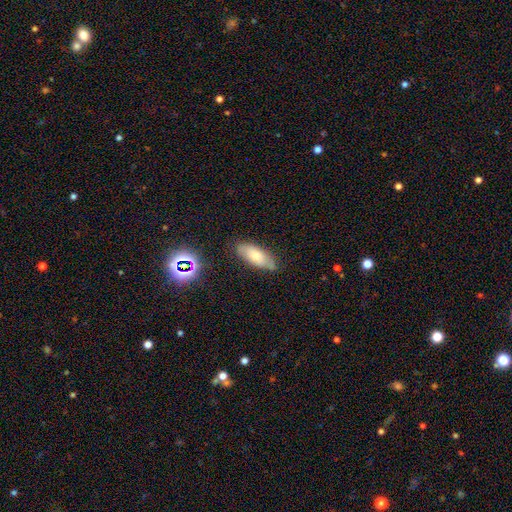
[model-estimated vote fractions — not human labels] Overall: smooth (68%). How rounded: in between (79%). Merging: none (75%).